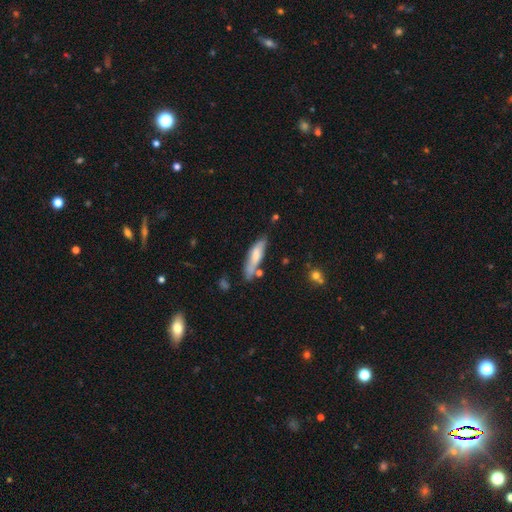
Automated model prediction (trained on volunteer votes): A smooth galaxy with no disk features (67%) that is cigar-shaped (63%). Merging: none (60%).